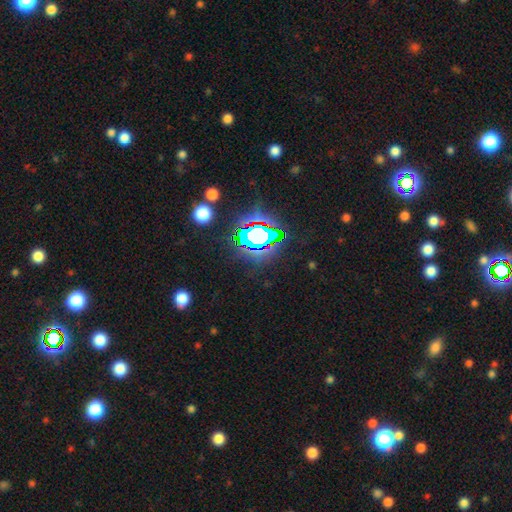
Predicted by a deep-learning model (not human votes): smooth_or_featured: star or artifact (p=0.83) [alt: smooth p=0.10]